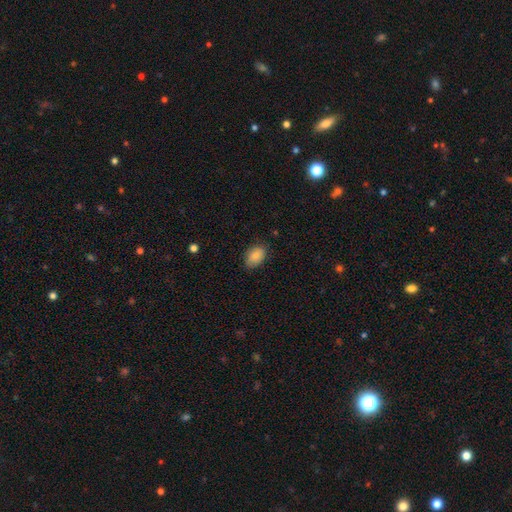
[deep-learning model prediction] This is clearly a smooth galaxy (85%). How rounded: clearly in between (85%). Merging: likely none (77%).